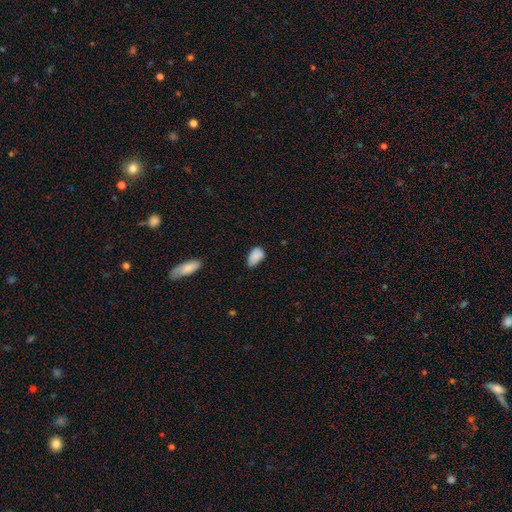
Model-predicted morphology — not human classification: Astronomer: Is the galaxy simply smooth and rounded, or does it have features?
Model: smooth — 85%.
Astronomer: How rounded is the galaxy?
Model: in between — 92%.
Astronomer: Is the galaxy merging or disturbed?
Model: none — 47% (runner-up: minor disturbance, 41%).